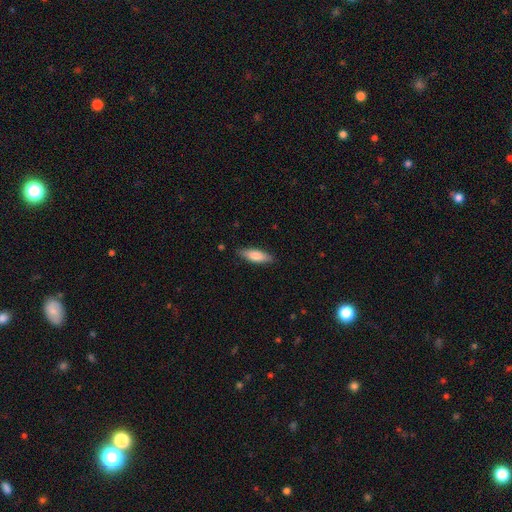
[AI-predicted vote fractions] Smooth or featured? smooth (77%)
How rounded? in between (54%)
Merging? none (85%)